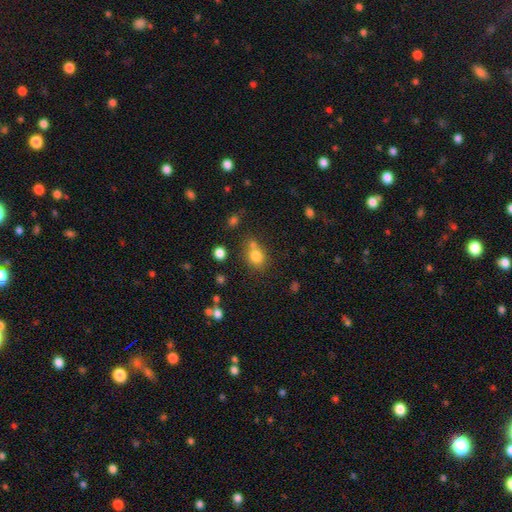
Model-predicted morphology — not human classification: The model was most divided on "merging": none: 55%, merger: 28%, minor disturbance: 12%, major disturbance: 5%. More confident: smooth or featured — smooth (78%); how rounded — round (65%).